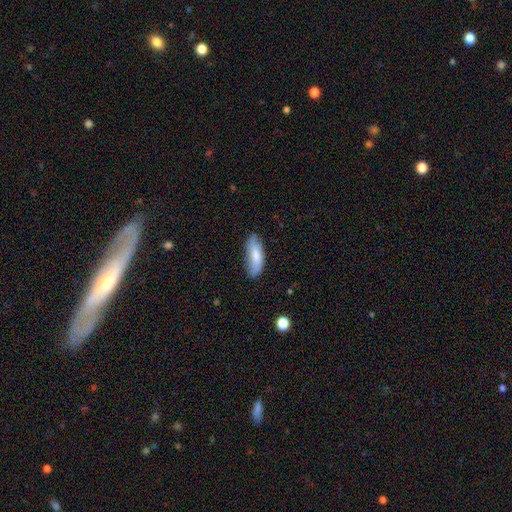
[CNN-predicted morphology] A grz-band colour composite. It shows a smooth galaxy with no disk features (70%) that is in between round and cigar-shaped (69%). Merging: none (73%).